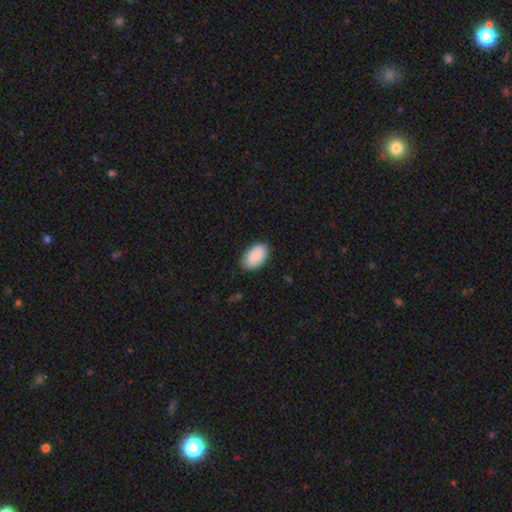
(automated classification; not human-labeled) This is clearly a smooth galaxy (91%). How rounded: clearly in between (94%). Merging: clearly none (84%).